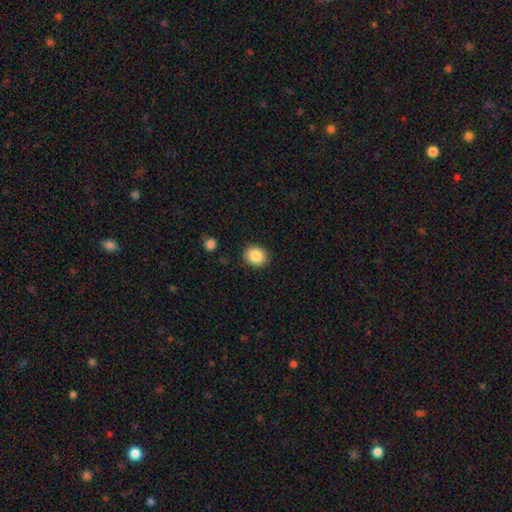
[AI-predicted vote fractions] smooth_or_featured: smooth (p=0.87) [alt: star or artifact p=0.08]
how_rounded: round (p=0.60) [alt: in between p=0.39]
merging: none (p=0.88) [alt: minor disturbance p=0.08]